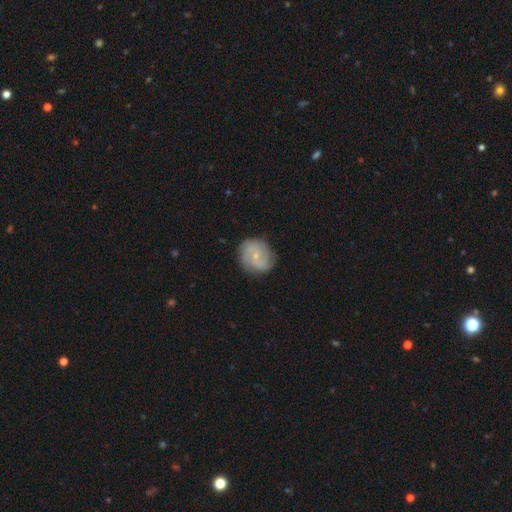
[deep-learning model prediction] The model was most divided on "spiral winding" (2-way tie): tight: 42%, medium: 42%, loose: 16%. Remaining: edge-on disk — no (98%); spiral arms — yes (91%); merging — none (79%); bulge size — small (76%); bar — no (67%); smooth or featured — featured or disk (66%); spiral arm count — 2 (46%).